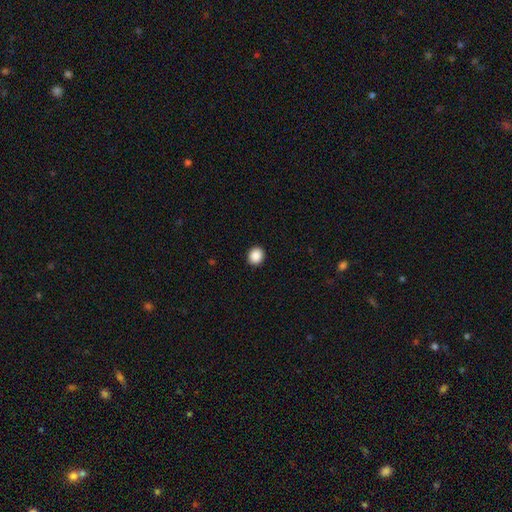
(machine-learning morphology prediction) Smooth or featured: smooth — 89% (star or artifact — 9%)
How rounded: round — 75% (in between — 24%)
Merging: none — 92% (minor disturbance — 5%)